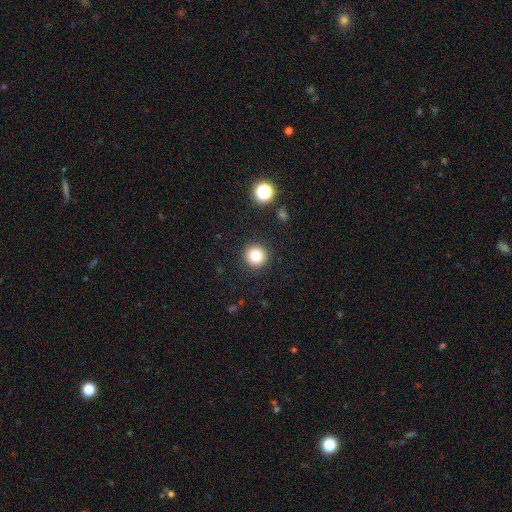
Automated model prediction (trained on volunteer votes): Smooth or featured?
  - smooth: 82% *
  - star or artifact: 11%
  - featured or disk: 6%
How rounded?
  - round: 94% *
  - in between: 5%
  - cigar-shaped: 1%
Merging?
  - none: 91% *
  - minor disturbance: 5%
  - major disturbance: 2%
  - merger: 1%